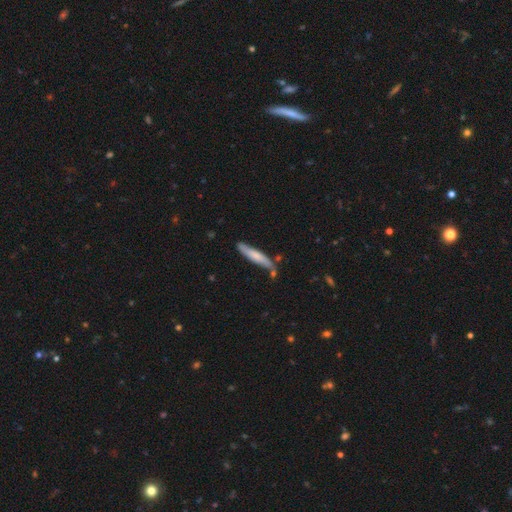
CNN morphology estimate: smooth 63%, featured or disk 32%, star or artifact 5%. Down the decision tree: how rounded — cigar-shaped (89%); merging — none (69%).